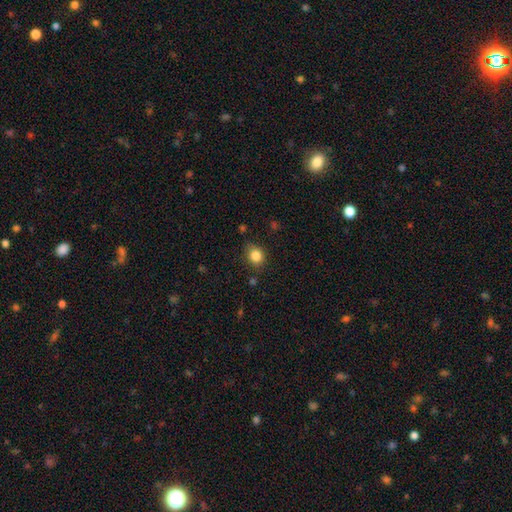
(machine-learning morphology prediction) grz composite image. It shows a smooth galaxy with no disk features (84%) that is round (66%). Merging: none (78%).